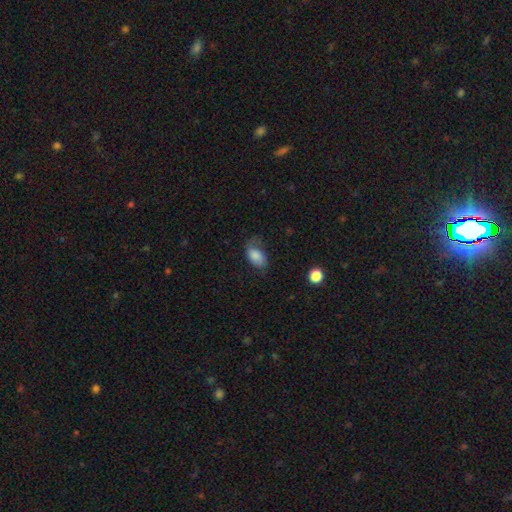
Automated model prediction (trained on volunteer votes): smooth 77%, featured or disk 14%, star or artifact 8%. Down the decision tree: how rounded — in between (91%); merging — none (48%).